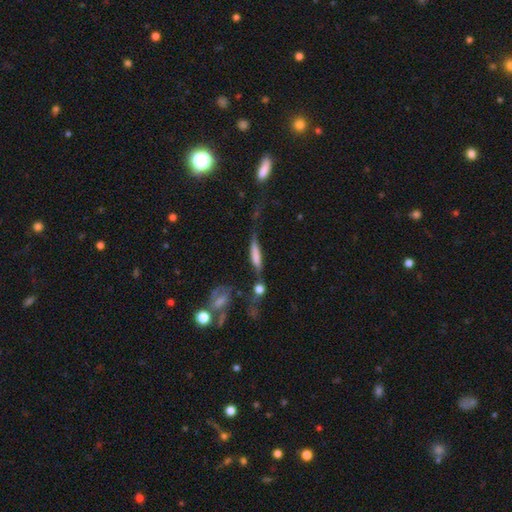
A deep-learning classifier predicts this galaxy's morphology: The model was most divided on "merging": none: 34%, merger: 25%, major disturbance: 21%, minor disturbance: 20%. More confident: how rounded — cigar-shaped (76%); smooth or featured — smooth (54%).